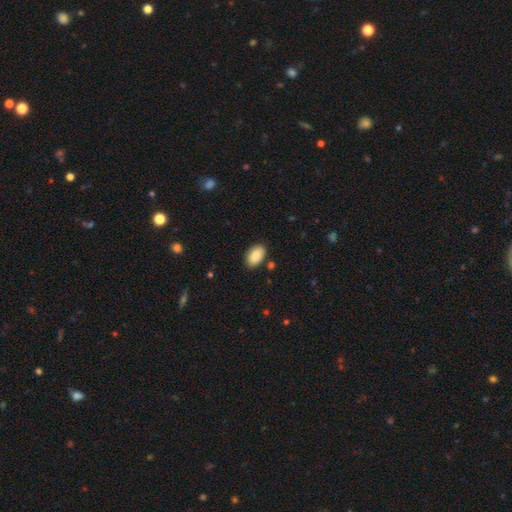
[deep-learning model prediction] Smooth or featured? smooth (89%)
How rounded? in between (93%)
Merging? none (86%)